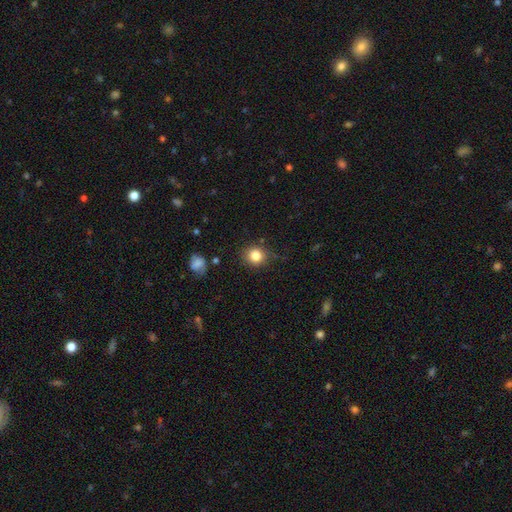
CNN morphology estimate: A smooth galaxy with no disk features (83%) that is round (84%).

Vote fractions:
- Smooth or featured? smooth: 83% / star or artifact: 11% / featured or disk: 6%
- How rounded? round: 84% / in between: 15% / cigar-shaped: 1%
- Merging? none: 86% / minor disturbance: 9% / major disturbance: 3% / merger: 2%